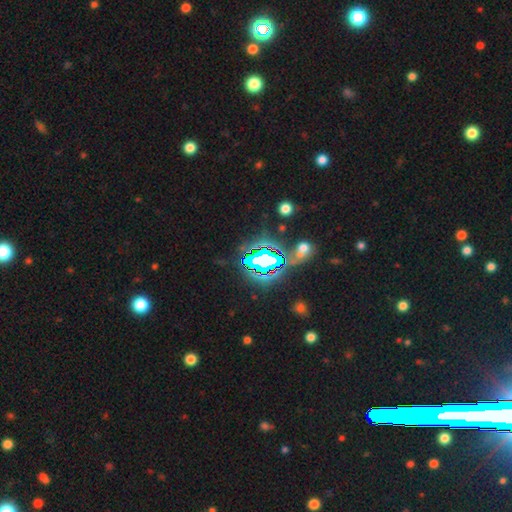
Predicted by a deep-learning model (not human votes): Q: Smooth or featured?
A: star or artifact (81%); runner-up: smooth (10%)